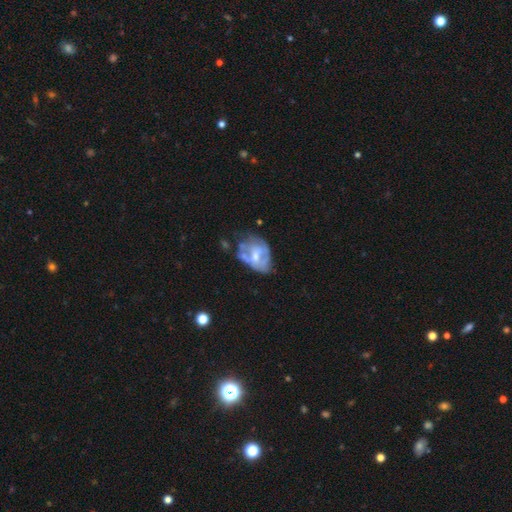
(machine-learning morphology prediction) type=featured or disk (62%); edge-on=no (97%); bar=no (60%); spiral arms=no (70%); bulge=moderate (46%); merging=none (33%).